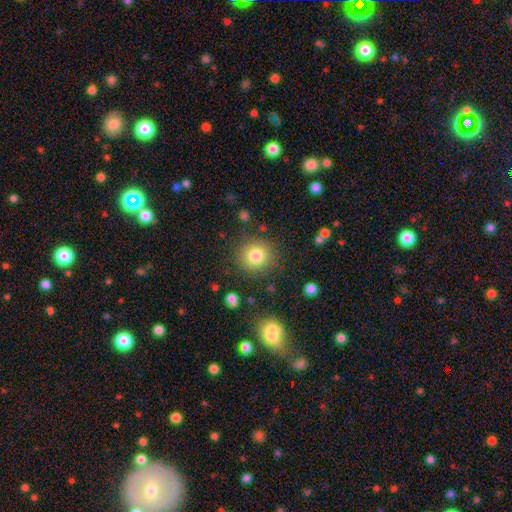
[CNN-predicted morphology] type=smooth (81%); roundness=round (89%); merging=none (85%).